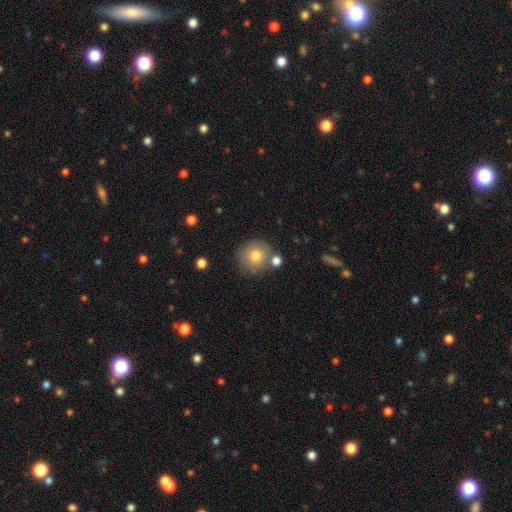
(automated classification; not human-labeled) smooth-or-featured: smooth: 78% | featured or disk: 12% | star or artifact: 9%
  how-rounded: round: 90% | in between: 9% | cigar-shaped: 1%
  merging: none: 71% | minor disturbance: 13% | merger: 12% | major disturbance: 4%